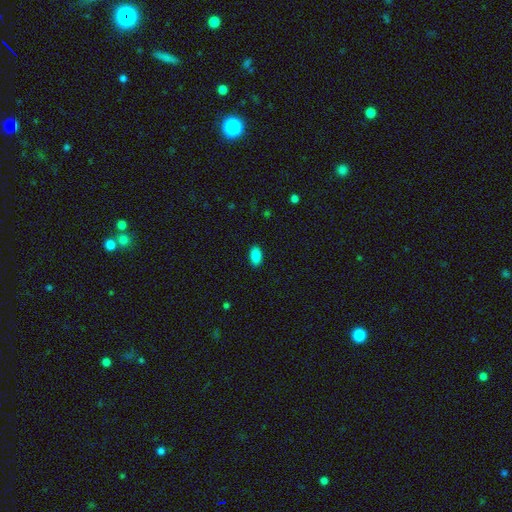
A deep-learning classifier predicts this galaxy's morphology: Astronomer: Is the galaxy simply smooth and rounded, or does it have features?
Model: smooth — 88%.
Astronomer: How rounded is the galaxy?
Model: in between — 93%.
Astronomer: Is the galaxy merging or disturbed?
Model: none — 89%.